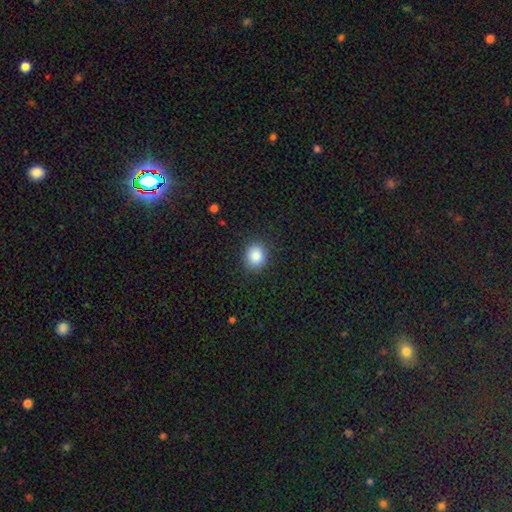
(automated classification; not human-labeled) This is clearly a smooth galaxy (87%). How rounded: likely round (73%). Merging: clearly none (89%).